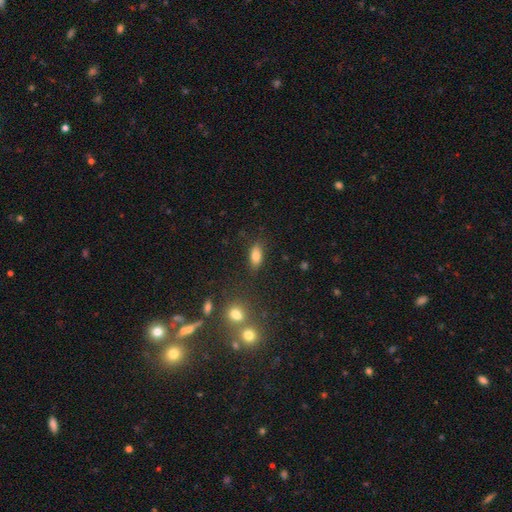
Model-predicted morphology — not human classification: Overall: smooth (80%). How rounded: in between (84%). Merging: none (81%).